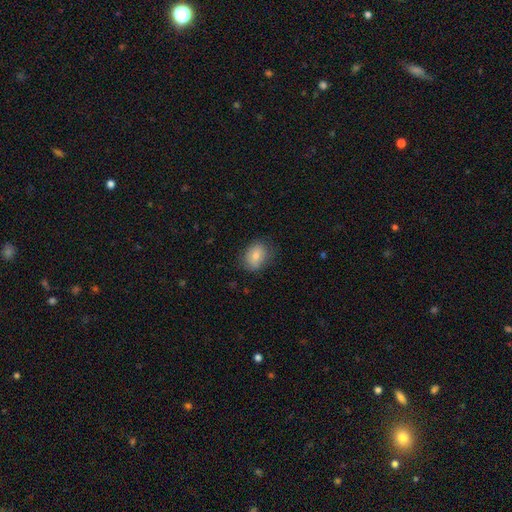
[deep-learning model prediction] A smooth galaxy with no disk features (80%) that is in between round and cigar-shaped (62%).

Vote fractions:
- Smooth or featured? smooth: 80% / featured or disk: 12% / star or artifact: 8%
- How rounded? in between: 62% / round: 37% / cigar-shaped: 1%
- Merging? none: 77% / minor disturbance: 17% / major disturbance: 5% / merger: 1%